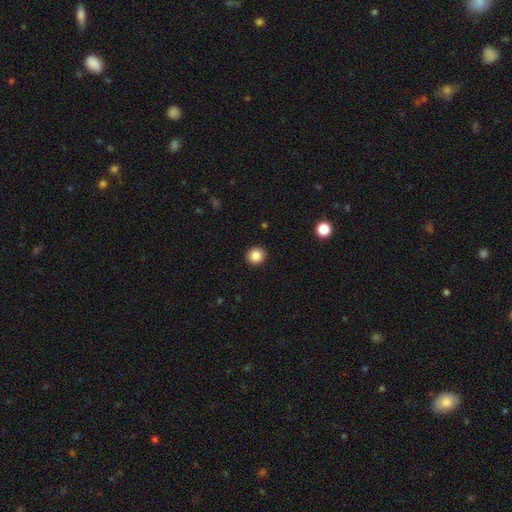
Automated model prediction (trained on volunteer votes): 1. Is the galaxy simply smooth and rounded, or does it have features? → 86% smooth, 10% star or artifact, 4% featured or disk.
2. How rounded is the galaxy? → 91% round, 8% in between, 1% cigar-shaped.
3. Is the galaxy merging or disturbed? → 93% none, 5% minor disturbance, 2% major disturbance, 1% merger.